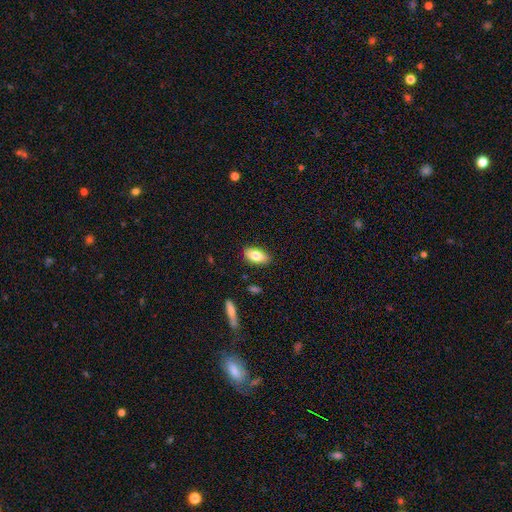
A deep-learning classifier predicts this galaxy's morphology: smooth-or-featured: smooth: 80% | featured or disk: 13% | star or artifact: 7%
  how-rounded: in between: 91% | cigar-shaped: 6% | round: 3%
  merging: none: 87% | minor disturbance: 10% | major disturbance: 2% | merger: 1%